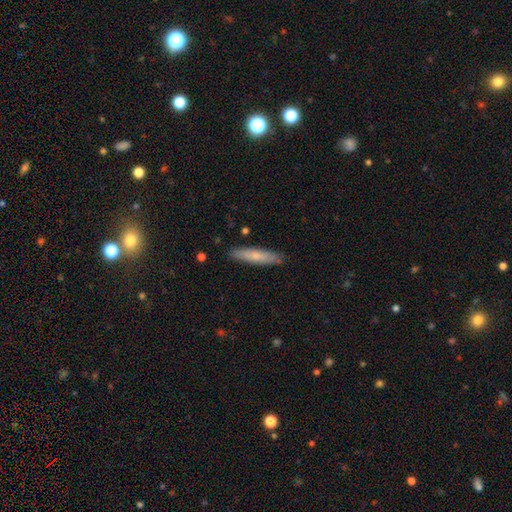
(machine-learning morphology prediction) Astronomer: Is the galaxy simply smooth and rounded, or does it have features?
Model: smooth — 68%.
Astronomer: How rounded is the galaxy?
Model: cigar-shaped — 87%.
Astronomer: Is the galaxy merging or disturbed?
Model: none — 88%.